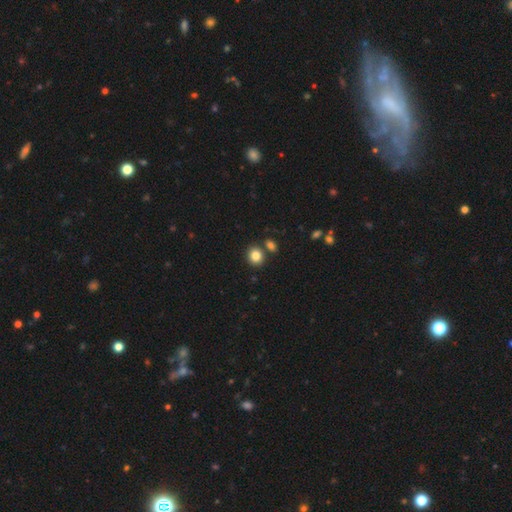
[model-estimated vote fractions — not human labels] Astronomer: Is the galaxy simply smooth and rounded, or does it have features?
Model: smooth — 84%.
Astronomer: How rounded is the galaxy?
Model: round — 75%.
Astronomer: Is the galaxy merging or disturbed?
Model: none — 75%.